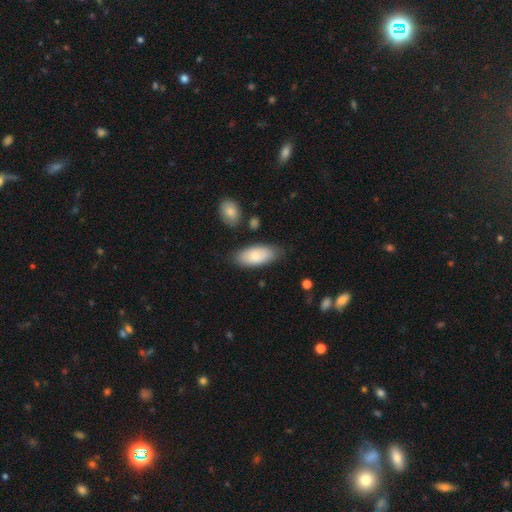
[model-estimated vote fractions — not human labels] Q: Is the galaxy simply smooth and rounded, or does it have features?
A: smooth — 78%.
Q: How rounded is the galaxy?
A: in between — 91%.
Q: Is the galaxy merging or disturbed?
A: none — 77%.